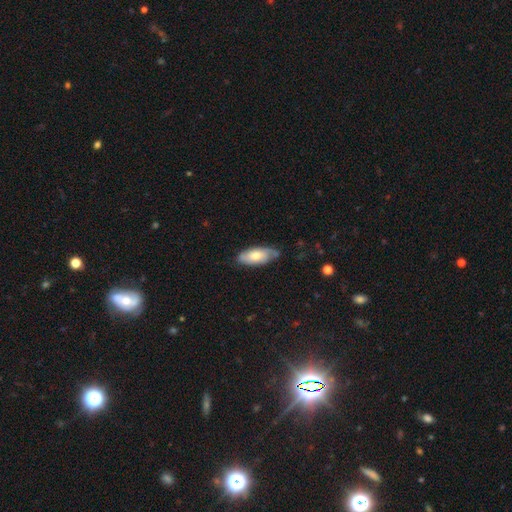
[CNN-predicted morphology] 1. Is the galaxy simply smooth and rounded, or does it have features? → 56% smooth, 38% featured or disk, 6% star or artifact.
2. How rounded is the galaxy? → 84% in between, 14% cigar-shaped, 2% round.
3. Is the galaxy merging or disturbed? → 68% none, 26% minor disturbance, 5% major disturbance, 2% merger.